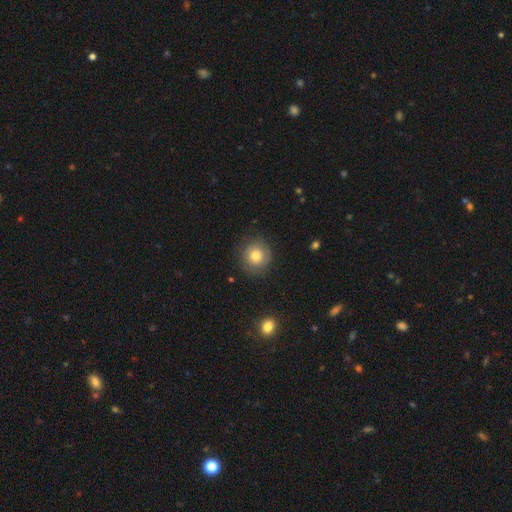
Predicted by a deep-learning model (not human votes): Smooth or featured? Predicted: smooth (p=0.72). How rounded? Predicted: round (p=0.90). Merging? Predicted: none (p=0.82).